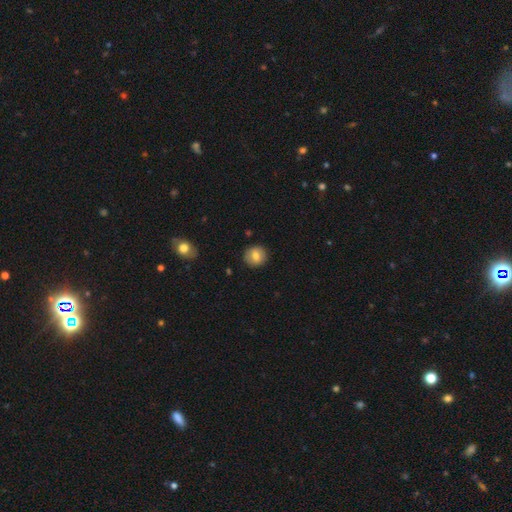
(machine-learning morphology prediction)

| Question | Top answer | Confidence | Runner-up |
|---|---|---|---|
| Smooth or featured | smooth | 75% | featured or disk (17%) |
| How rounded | round | 88% | in between (11%) |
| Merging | none | 89% | minor disturbance (8%) |